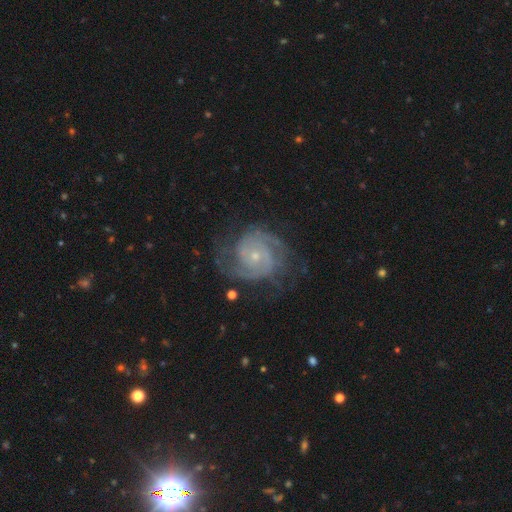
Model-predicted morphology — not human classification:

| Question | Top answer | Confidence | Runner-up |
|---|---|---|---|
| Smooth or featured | featured or disk | 89% | smooth (5%) |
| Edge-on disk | no | 98% | yes (2%) |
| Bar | no | 73% | weak (22%) |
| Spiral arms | yes | 97% | no (3%) |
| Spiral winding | tight | 60% | medium (34%) |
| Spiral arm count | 2 | 53% | 3 (17%) |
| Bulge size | small | 75% | moderate (21%) |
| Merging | none | 70% | minor disturbance (18%) |